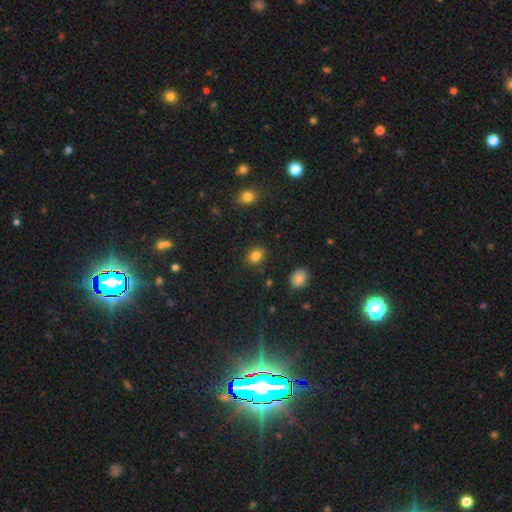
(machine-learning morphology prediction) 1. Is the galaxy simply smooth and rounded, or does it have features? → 84% smooth, 11% star or artifact, 5% featured or disk.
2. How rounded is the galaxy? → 55% round, 44% in between, 1% cigar-shaped.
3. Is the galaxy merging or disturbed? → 86% none, 9% minor disturbance, 3% major disturbance, 2% merger.